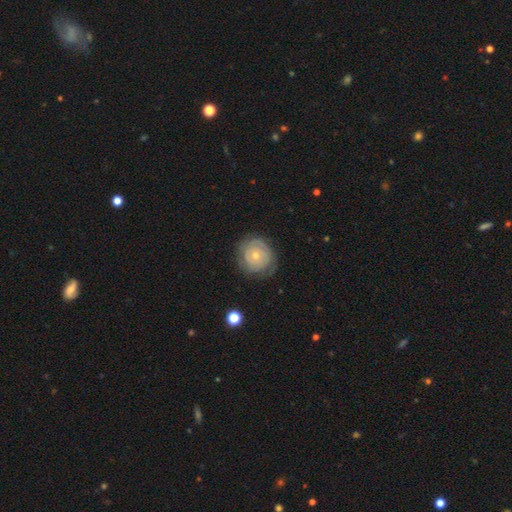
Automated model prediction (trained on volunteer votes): smooth_or_featured: featured or disk (p=0.75) [alt: smooth p=0.19]
disk_edge_on: no (p=0.98) [alt: yes p=0.02]
bar: no (p=0.83) [alt: weak p=0.14]
has_spiral_arms: yes (p=0.89) [alt: no p=0.11]
spiral_winding: tight (p=0.81) [alt: medium p=0.15]
spiral_arm_count: can't tell (p=0.37) [alt: 2 p=0.33]
bulge_size: small (p=0.61) [alt: moderate p=0.36]
merging: none (p=0.77) [alt: minor disturbance p=0.16]